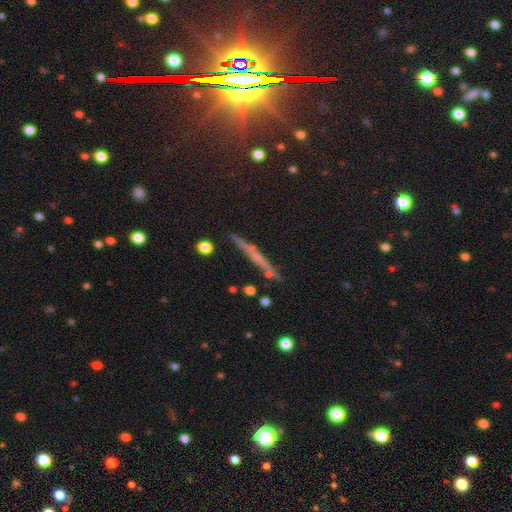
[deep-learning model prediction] Morphology: type=featured or disk (53%); edge-on=yes (94%); merging=none (82%).